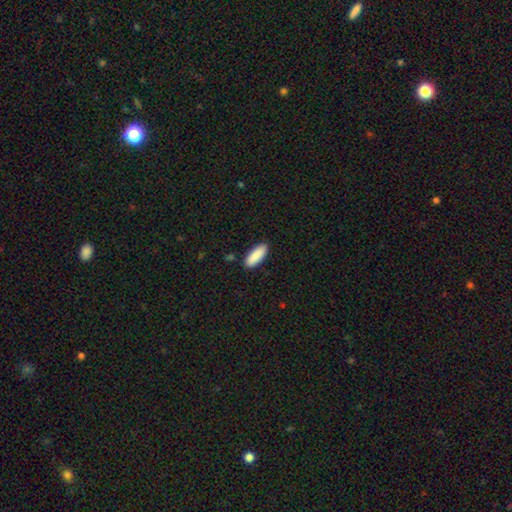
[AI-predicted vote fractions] Smooth or featured? Predicted: smooth (p=0.90). How rounded? Predicted: in between (p=0.70). Merging? Predicted: none (p=0.90).